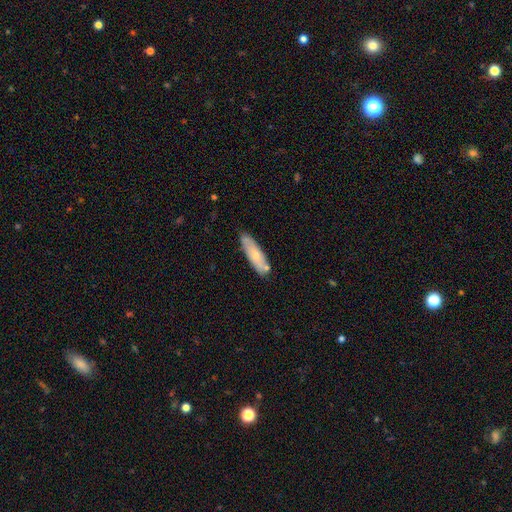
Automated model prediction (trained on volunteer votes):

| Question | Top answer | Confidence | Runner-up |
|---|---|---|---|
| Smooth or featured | smooth | 59% | featured or disk (35%) |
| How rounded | cigar-shaped | 61% | in between (37%) |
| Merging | none | 77% | minor disturbance (15%) |